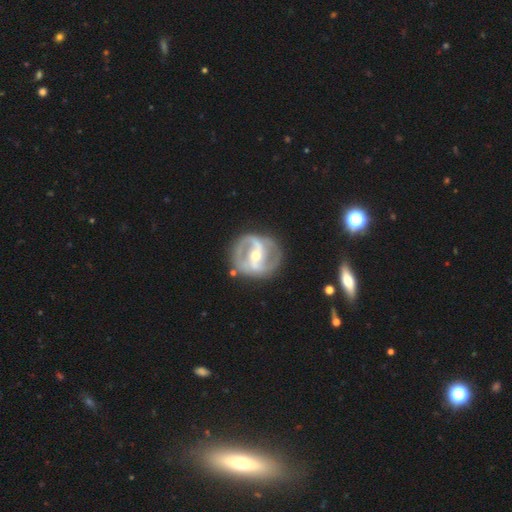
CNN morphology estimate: The model was most divided on "bulge size": moderate: 57%, small: 39%, large: 2%, none: 1%, dominant: 1%. More confident: edge-on disk — no (97%); spiral arms — yes (90%); smooth or featured — featured or disk (87%); spiral arm count — 2 (86%); merging — none (79%); bar — strong (52%); spiral winding — medium (50%).